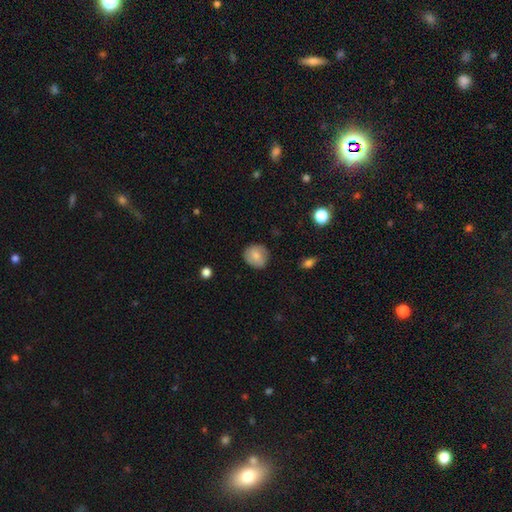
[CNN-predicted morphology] A smooth galaxy with no disk features (74%) that is round (77%).

Vote fractions:
- Smooth or featured? smooth: 74% / featured or disk: 18% / star or artifact: 8%
- How rounded? round: 77% / in between: 22% / cigar-shaped: 1%
- Merging? none: 82% / minor disturbance: 13% / major disturbance: 3% / merger: 1%